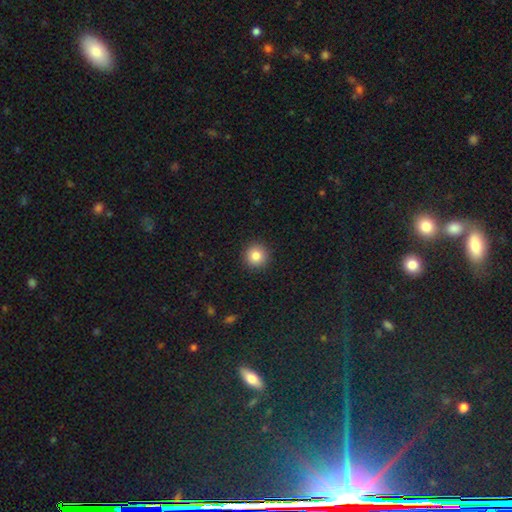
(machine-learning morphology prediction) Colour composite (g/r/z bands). It shows a smooth galaxy with no disk features (84%) that is round (95%). Merging: none (93%).